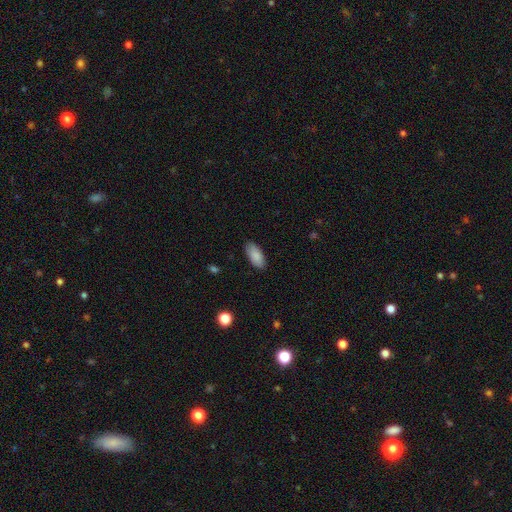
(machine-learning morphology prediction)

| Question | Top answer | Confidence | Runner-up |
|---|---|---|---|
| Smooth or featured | smooth | 88% | star or artifact (6%) |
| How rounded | in between | 89% | cigar-shaped (9%) |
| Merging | none | 87% | minor disturbance (10%) |